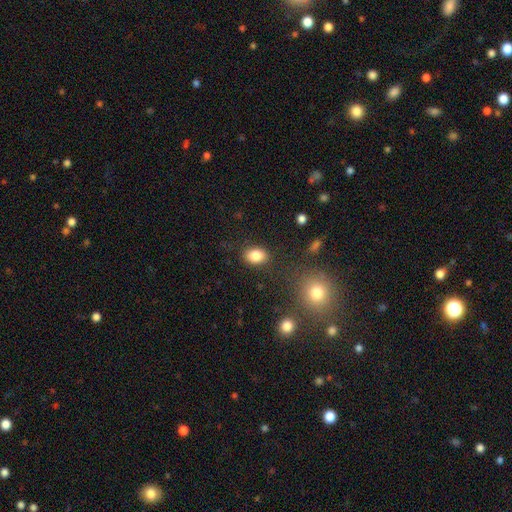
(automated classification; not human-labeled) smooth-or-featured: smooth: 84% | star or artifact: 9% | featured or disk: 7%
  how-rounded: in between: 75% | round: 24% | cigar-shaped: 1%
  merging: none: 85% | minor disturbance: 10% | major disturbance: 3% | merger: 2%